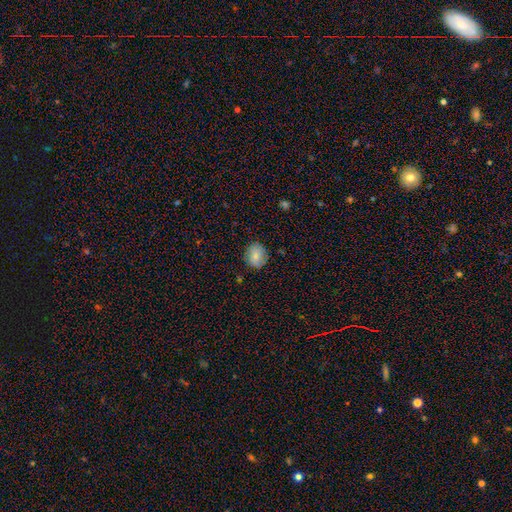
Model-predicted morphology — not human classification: Smooth or featured? smooth (81%)
How rounded? round (69%)
Merging? none (82%)